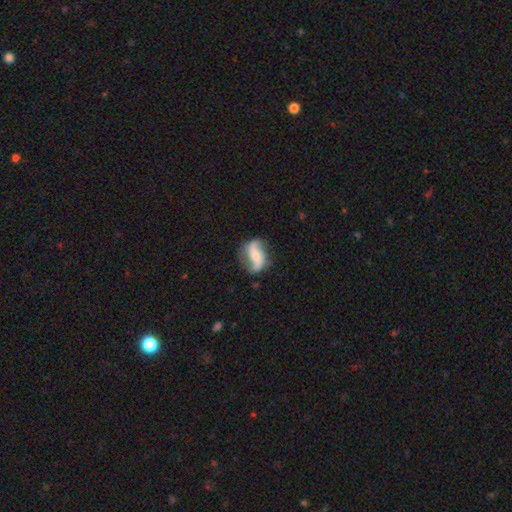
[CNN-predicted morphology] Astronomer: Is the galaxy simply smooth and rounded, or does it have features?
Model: featured or disk — 77%.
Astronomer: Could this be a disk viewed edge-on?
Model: no — 96%.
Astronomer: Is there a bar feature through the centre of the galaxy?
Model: no — 40% (runner-up: weak, 32%).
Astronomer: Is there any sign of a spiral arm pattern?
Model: yes — 93%.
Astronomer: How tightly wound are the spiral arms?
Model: loose — 68%.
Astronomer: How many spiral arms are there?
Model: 2 — 90%.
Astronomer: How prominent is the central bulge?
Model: small — 52% (runner-up: moderate, 34%).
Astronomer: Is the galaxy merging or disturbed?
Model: none — 68%.